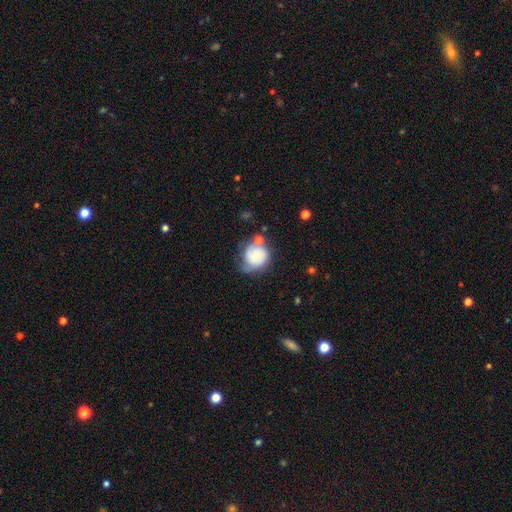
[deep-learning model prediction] This is possibly a smooth galaxy (57%). How rounded: likely round (79%). Merging: marginally none (40%).